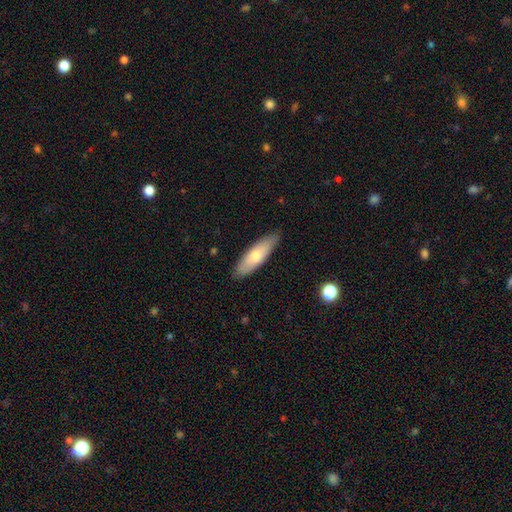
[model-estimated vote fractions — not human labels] Overall: smooth (67%; featured or disk 28%). How rounded: in between (49%, tied with cigar-shaped). Merging: none (85%).